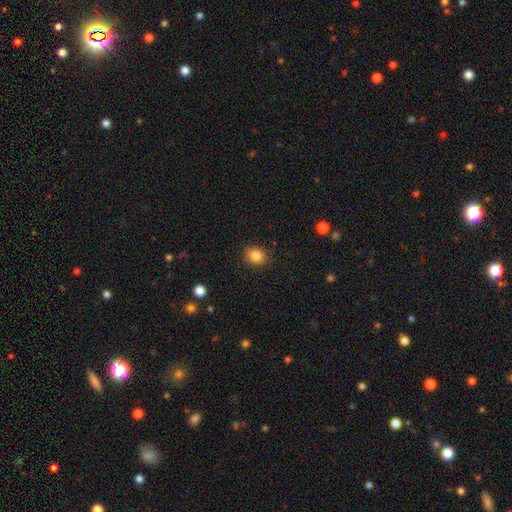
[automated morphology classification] A smooth galaxy with no disk features (84%) that is round (58%). Merging: none (87%).